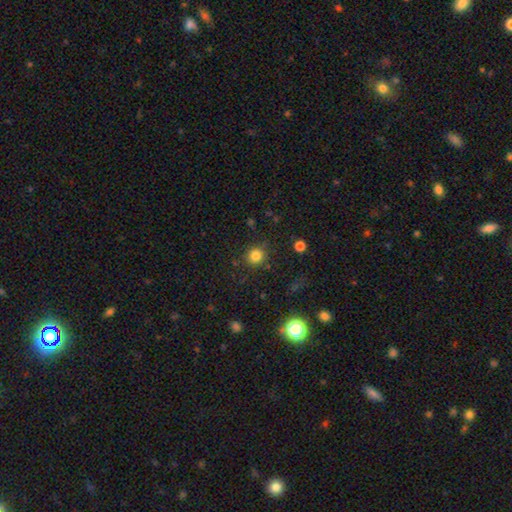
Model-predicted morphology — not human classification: Q: Smooth or featured?
A: smooth (81%); runner-up: star or artifact (13%)
Q: How rounded?
A: round (91%); runner-up: in between (8%)
Q: Merging?
A: none (85%); runner-up: minor disturbance (9%)